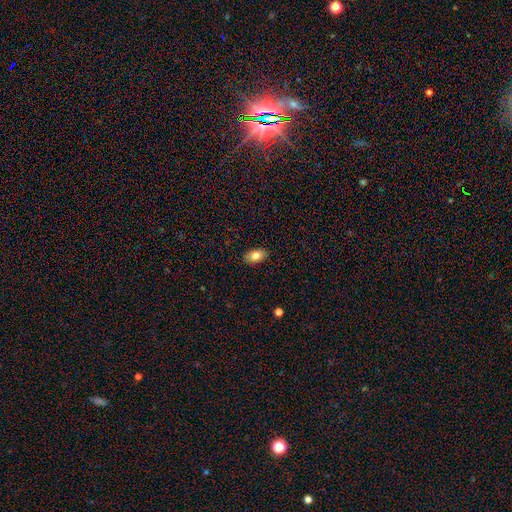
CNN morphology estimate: Smooth or featured?
  - smooth: 83% *
  - featured or disk: 9%
  - star or artifact: 8%
How rounded?
  - in between: 90% *
  - round: 8%
  - cigar-shaped: 2%
Merging?
  - none: 89% *
  - minor disturbance: 8%
  - major disturbance: 2%
  - merger: 1%